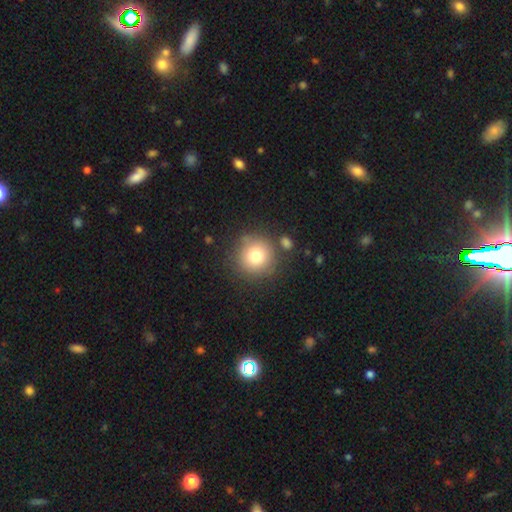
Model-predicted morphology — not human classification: Smooth or featured? smooth (77%)
How rounded? round (94%)
Merging? none (80%)